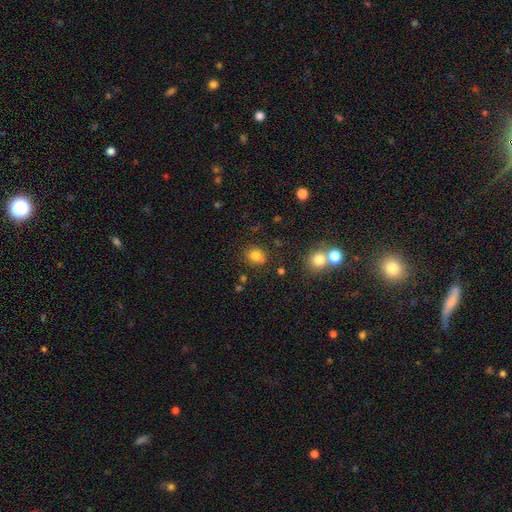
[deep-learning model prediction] Overall: smooth (79%). How rounded: round (69%; in between 30%). Merging: none (75%).